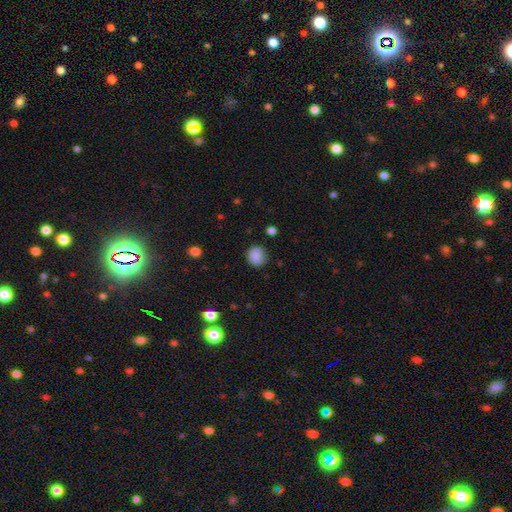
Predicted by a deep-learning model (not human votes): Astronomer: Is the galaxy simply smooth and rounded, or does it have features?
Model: smooth — 86%.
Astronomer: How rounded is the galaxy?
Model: round — 82%.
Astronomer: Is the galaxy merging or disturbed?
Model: none — 79%.